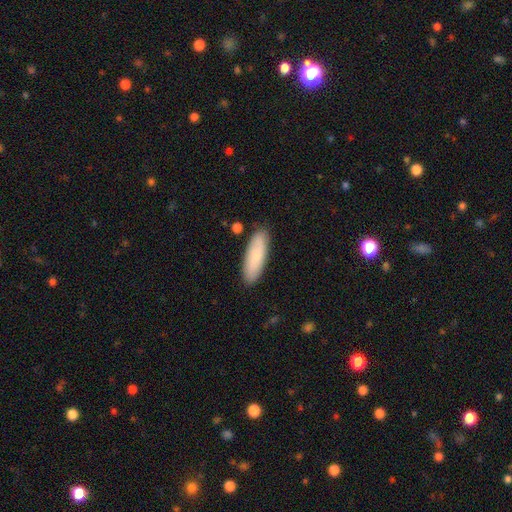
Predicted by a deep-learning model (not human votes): Overall: smooth (77%). How rounded: in between (52%; cigar-shaped 46%). Merging: none (86%).